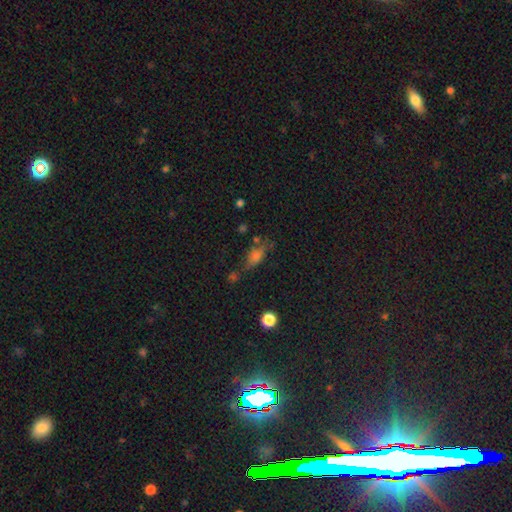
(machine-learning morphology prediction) type=smooth (57%); roundness=in between (66%); merging=none (54%).